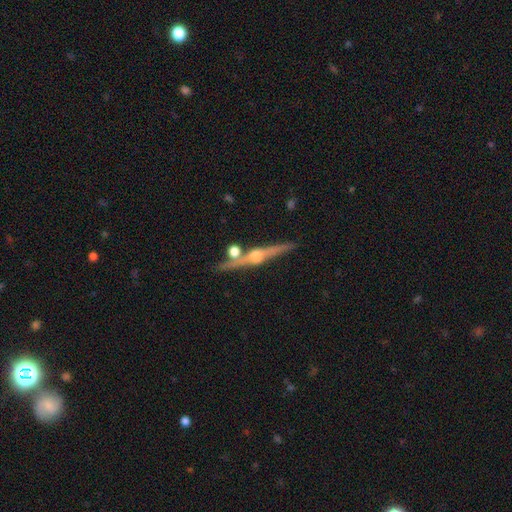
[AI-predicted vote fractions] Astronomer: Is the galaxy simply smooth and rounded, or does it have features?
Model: featured or disk — 85%.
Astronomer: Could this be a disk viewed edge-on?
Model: yes — 97%.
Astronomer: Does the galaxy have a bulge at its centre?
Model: rounded — 91%.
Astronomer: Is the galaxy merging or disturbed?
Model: none — 77%.